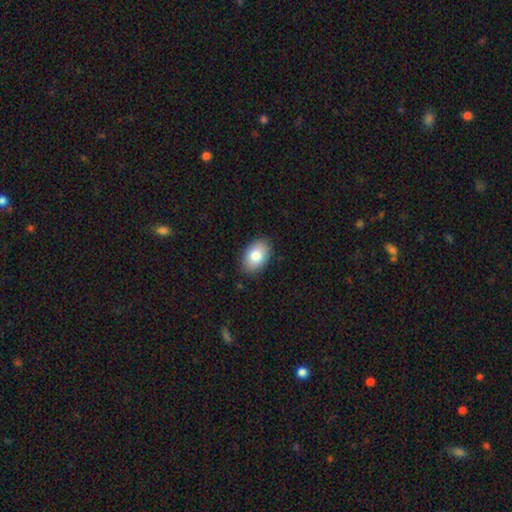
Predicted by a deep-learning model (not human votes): Q: Smooth or featured?
A: smooth (80%); runner-up: featured or disk (13%)
Q: How rounded?
A: in between (88%); runner-up: round (11%)
Q: Merging?
A: none (86%); runner-up: minor disturbance (11%)